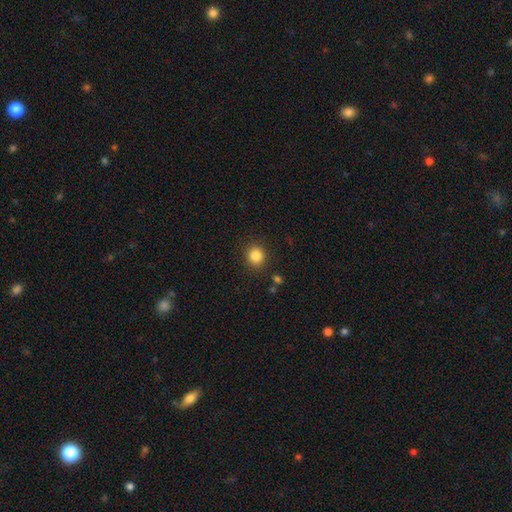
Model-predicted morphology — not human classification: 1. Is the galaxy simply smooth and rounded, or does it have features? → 84% smooth, 11% star or artifact, 5% featured or disk.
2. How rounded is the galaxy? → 88% round, 11% in between, 1% cigar-shaped.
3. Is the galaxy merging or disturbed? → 89% none, 7% minor disturbance, 2% major disturbance, 2% merger.